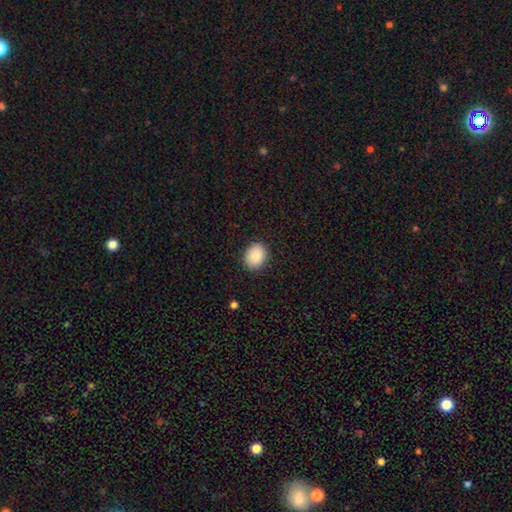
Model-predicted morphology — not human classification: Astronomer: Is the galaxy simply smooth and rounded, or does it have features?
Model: smooth — 86%.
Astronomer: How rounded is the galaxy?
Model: round — 53% (runner-up: in between, 46%).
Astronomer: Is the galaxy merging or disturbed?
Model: none — 89%.